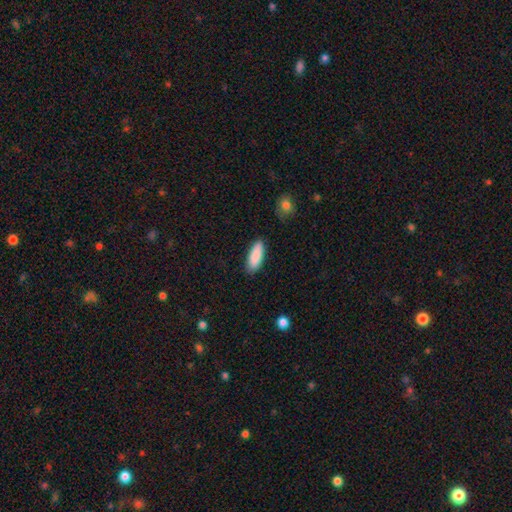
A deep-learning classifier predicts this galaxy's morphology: This appears to be a smooth galaxy with no disk features (89%) that is in between round and cigar-shaped (68%). Merging: none (86%).